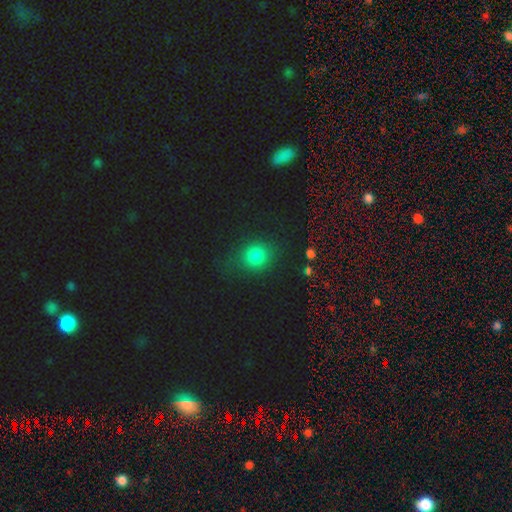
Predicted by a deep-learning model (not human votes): smooth_or_featured: smooth (p=0.77) [alt: star or artifact p=0.16]
how_rounded: round (p=0.74) [alt: in between p=0.24]
merging: none (p=0.78) [alt: minor disturbance p=0.13]